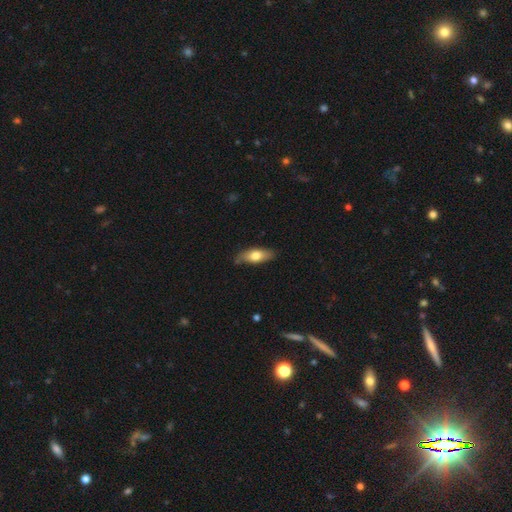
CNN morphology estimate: Q: Smooth or featured?
A: smooth (68%); runner-up: featured or disk (26%)
Q: How rounded?
A: in between (71%); runner-up: cigar-shaped (26%)
Q: Merging?
A: none (79%); runner-up: minor disturbance (17%)